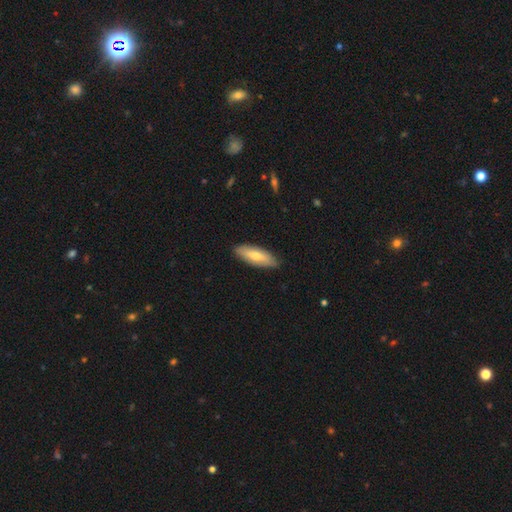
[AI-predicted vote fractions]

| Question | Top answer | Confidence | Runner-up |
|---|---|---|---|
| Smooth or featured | smooth | 65% | featured or disk (29%) |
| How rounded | in between | 59% | cigar-shaped (39%) |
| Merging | none | 86% | minor disturbance (11%) |